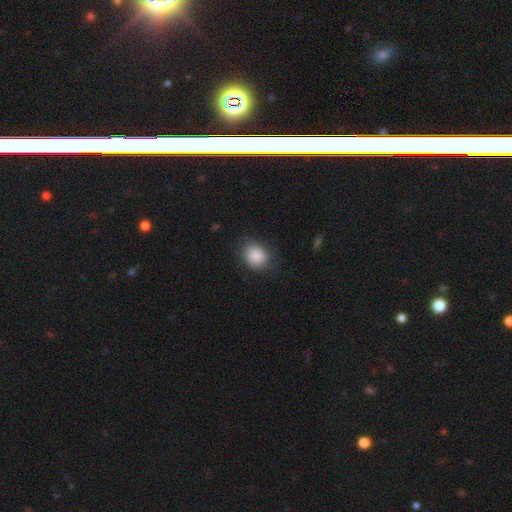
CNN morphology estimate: Smooth or featured: smooth — 87% (star or artifact — 7%)
How rounded: round — 66% (in between — 33%)
Merging: none — 73% (minor disturbance — 19%)